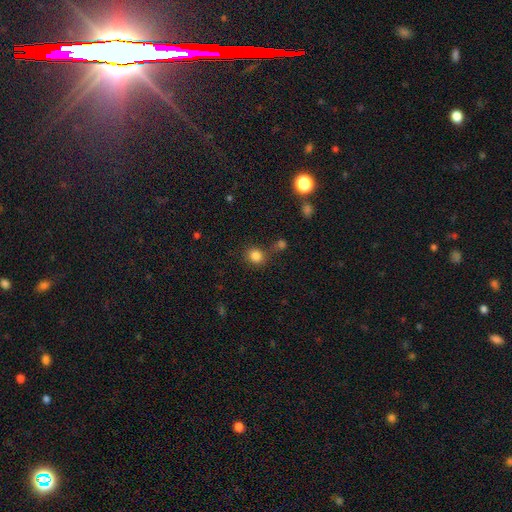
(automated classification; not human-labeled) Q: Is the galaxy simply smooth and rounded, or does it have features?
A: smooth — 83%.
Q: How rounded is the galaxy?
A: round — 81%.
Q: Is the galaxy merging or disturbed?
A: none — 76%.